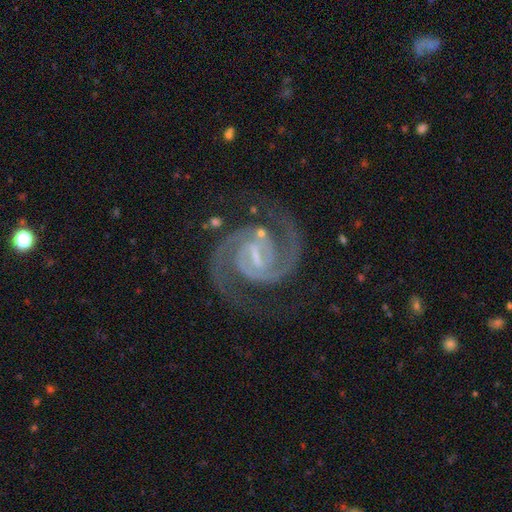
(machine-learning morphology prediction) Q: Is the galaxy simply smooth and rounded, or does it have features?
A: featured or disk — 94%.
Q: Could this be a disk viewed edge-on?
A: no — 98%.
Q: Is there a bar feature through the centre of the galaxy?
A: weak — 48%.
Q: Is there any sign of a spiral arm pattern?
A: yes — 99%.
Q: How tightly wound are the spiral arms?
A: medium — 54%.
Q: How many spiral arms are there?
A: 2 — 94%.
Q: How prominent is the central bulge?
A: small — 52%.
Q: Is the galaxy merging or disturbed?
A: none — 81%.